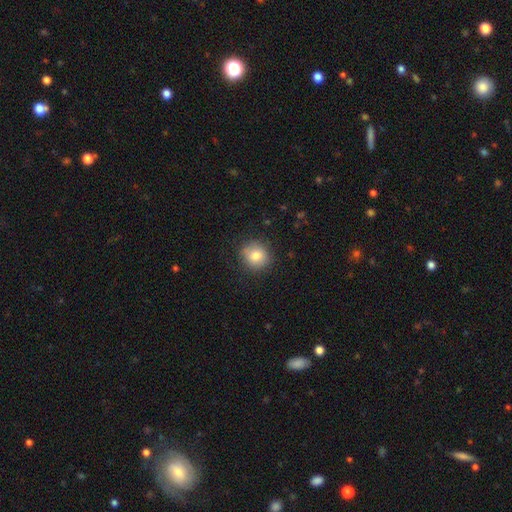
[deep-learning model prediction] This appears to be a smooth galaxy with no disk features (79%) that is round (88%). Merging: none (85%).